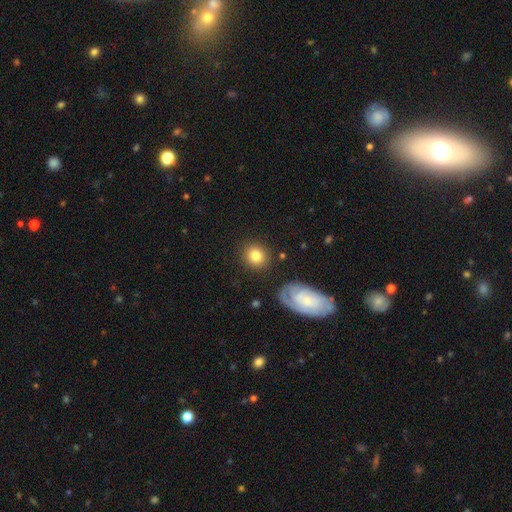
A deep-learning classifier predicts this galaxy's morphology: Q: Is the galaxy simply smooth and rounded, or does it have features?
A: smooth — 78%.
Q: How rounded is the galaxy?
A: round — 82%.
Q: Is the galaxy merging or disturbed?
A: none — 85%.